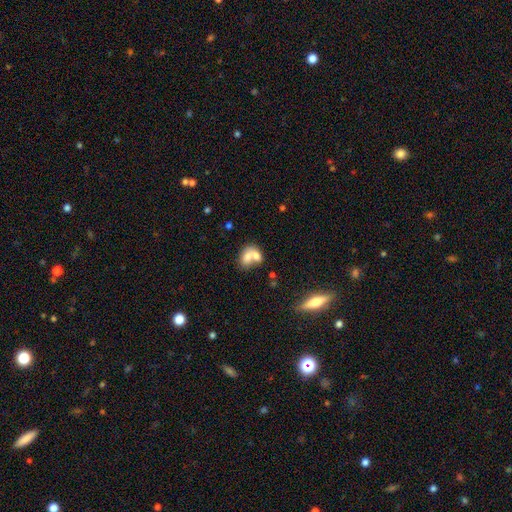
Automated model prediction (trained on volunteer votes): This is likely a smooth galaxy (65%). How rounded: likely in between (61%). Merging: likely merger (61%).